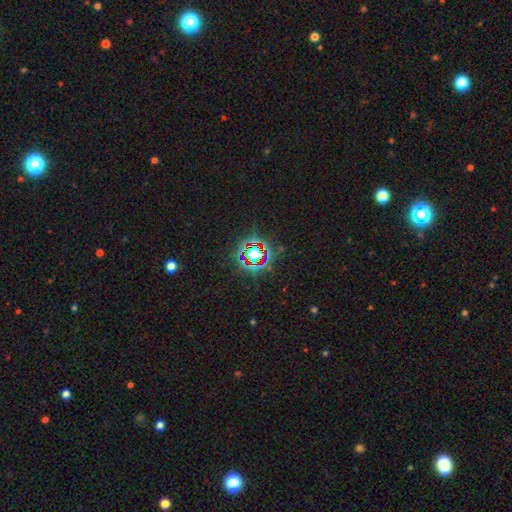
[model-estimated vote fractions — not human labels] Smooth or featured?
  - star or artifact: 75% *
  - smooth: 15%
  - featured or disk: 10%